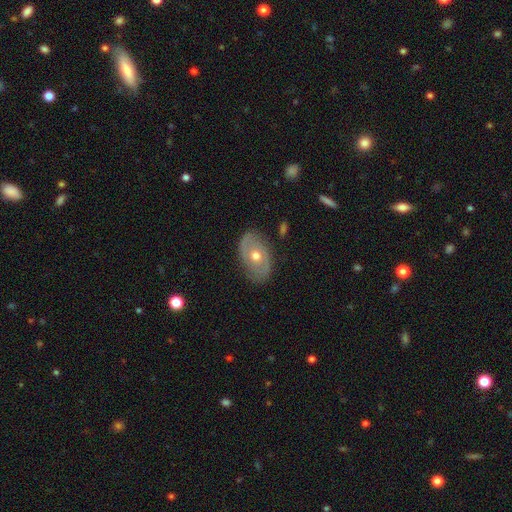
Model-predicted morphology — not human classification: Smooth or featured? featured or disk (63%)
Edge-on disk? no (92%)
Bar? no (79%)
Spiral arms? yes (57%)
Bulge size? moderate (72%)
Merging? none (81%)